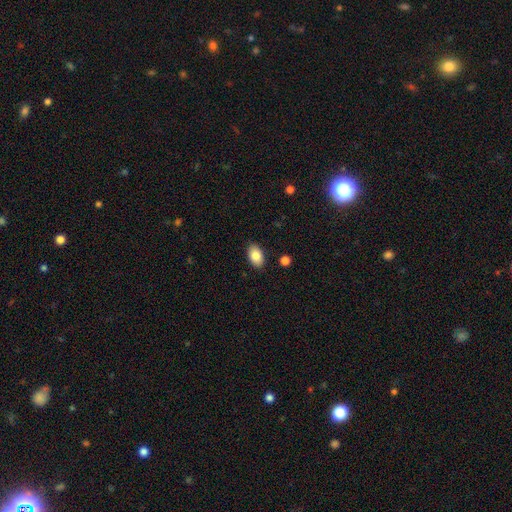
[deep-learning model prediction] Smooth or featured?
  - smooth: 85% *
  - featured or disk: 8%
  - star or artifact: 7%
How rounded?
  - in between: 91% *
  - round: 8%
  - cigar-shaped: 1%
Merging?
  - none: 88% *
  - minor disturbance: 9%
  - major disturbance: 2%
  - merger: 2%